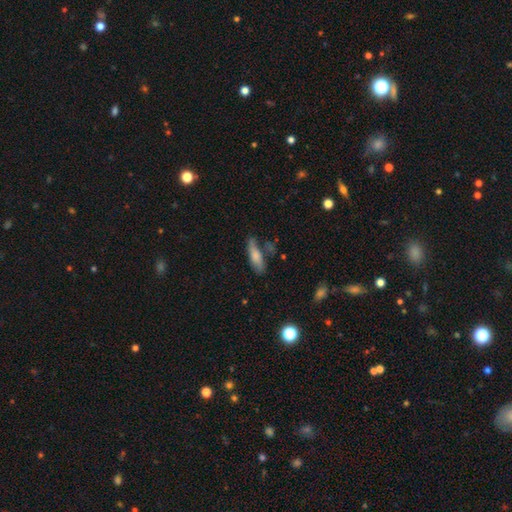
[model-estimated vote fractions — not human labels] This is likely a smooth galaxy (69%). How rounded: possibly cigar-shaped (50%). Merging: possibly none (56%).